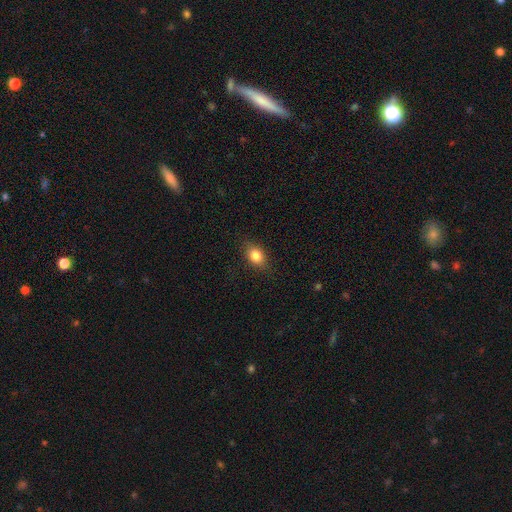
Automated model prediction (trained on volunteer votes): Smooth or featured?
  - smooth: 83% *
  - star or artifact: 9%
  - featured or disk: 9%
How rounded?
  - in between: 73% *
  - round: 24%
  - cigar-shaped: 3%
Merging?
  - none: 82% *
  - minor disturbance: 13%
  - major disturbance: 3%
  - merger: 1%